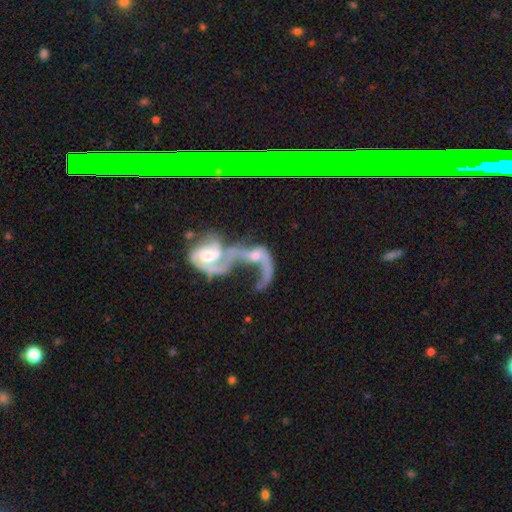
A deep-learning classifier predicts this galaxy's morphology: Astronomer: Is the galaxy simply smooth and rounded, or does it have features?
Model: featured or disk — 72%.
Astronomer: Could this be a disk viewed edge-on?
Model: no — 95%.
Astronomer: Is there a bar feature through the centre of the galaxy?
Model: no — 58%.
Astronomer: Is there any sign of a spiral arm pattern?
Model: yes — 75%.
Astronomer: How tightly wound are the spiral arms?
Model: loose — 70%.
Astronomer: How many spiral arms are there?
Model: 2 — 41% (runner-up: 1, 39%).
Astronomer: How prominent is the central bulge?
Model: moderate — 50% (runner-up: small, 29%).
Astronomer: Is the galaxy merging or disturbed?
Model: merger — 75%.